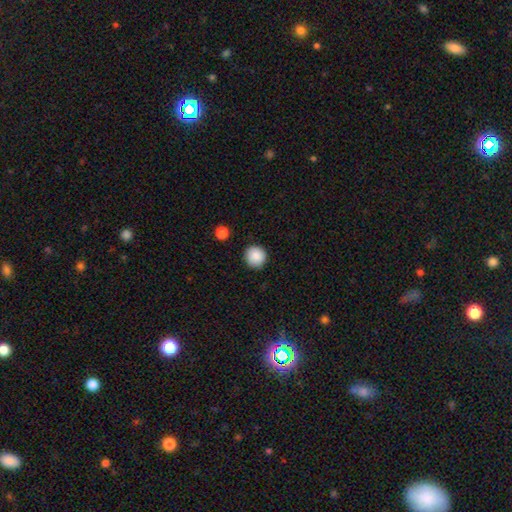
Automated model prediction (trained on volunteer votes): Smooth or featured? smooth (88%)
How rounded? round (93%)
Merging? none (90%)